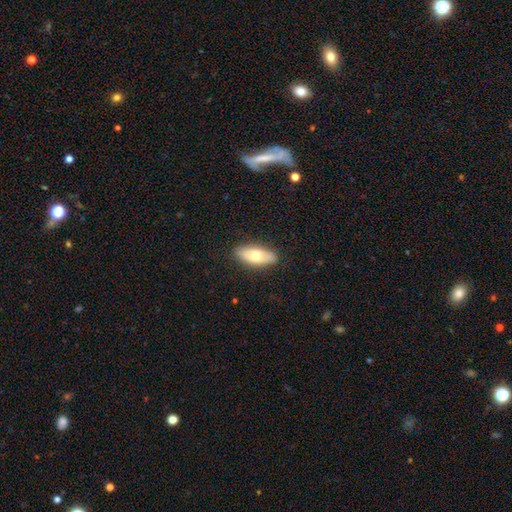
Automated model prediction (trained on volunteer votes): Morphology: type=smooth (64%); roundness=in between (83%); merging=none (87%).